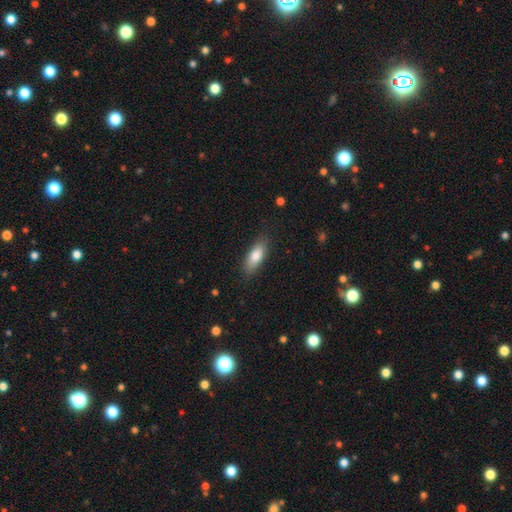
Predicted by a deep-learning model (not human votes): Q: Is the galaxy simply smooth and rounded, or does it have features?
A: smooth — 81%.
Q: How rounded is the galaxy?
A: in between — 73%.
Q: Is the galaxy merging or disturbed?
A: none — 84%.